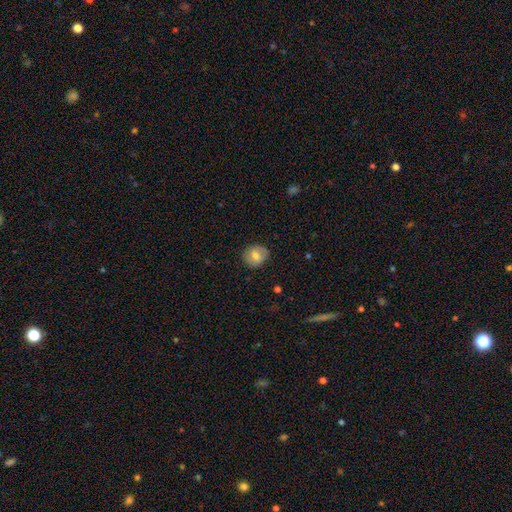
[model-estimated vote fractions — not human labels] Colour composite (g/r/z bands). It shows a smooth galaxy with no disk features (72%) that is round (76%). Merging: none (86%).